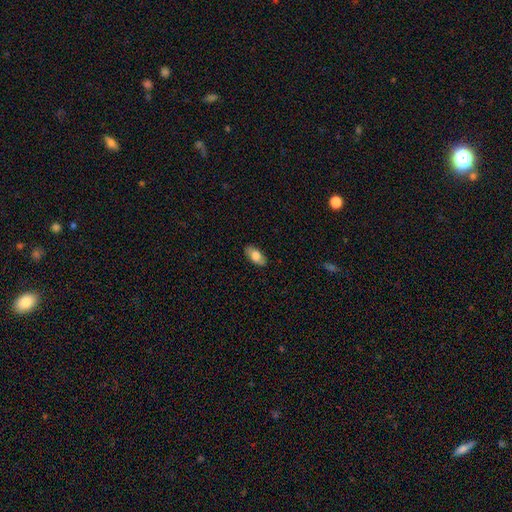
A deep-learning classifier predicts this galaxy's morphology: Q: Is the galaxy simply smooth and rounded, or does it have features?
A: smooth — 78%.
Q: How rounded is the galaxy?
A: in between — 91%.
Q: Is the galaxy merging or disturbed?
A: none — 87%.